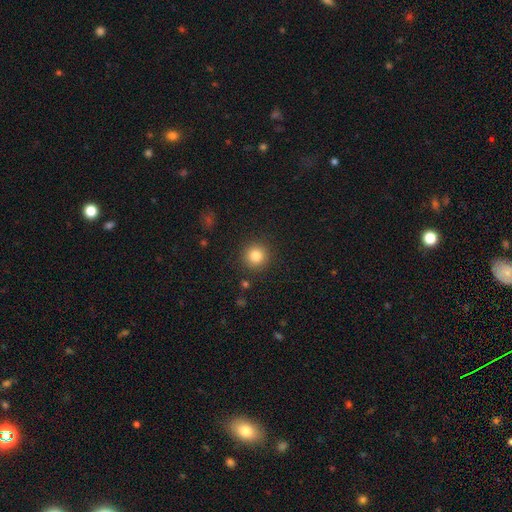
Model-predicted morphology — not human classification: Smooth or featured? smooth (83%)
How rounded? round (94%)
Merging? none (90%)